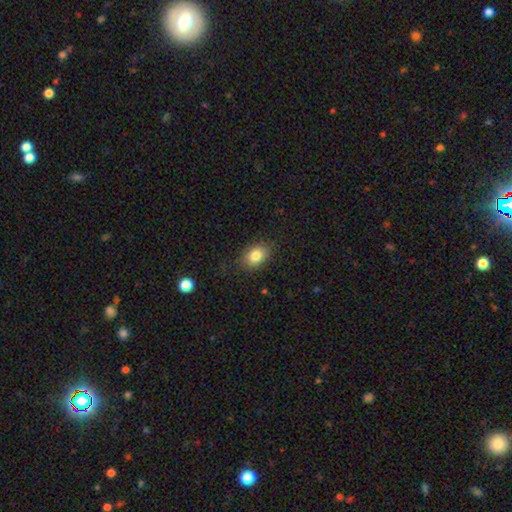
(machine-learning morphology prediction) Overall: smooth (83%). How rounded: in between (76%). Merging: none (84%).